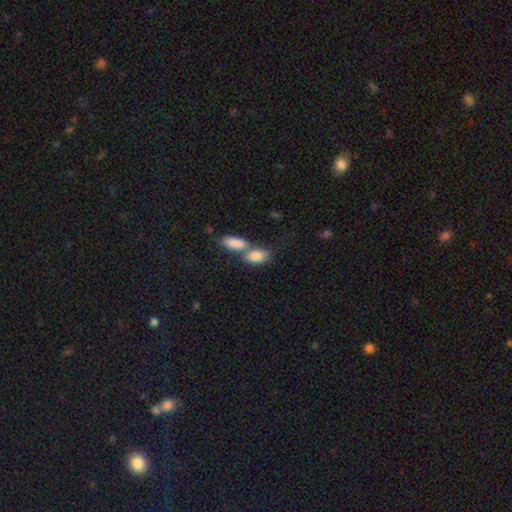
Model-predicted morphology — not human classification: A smooth galaxy with no disk features (85%) that is in between round and cigar-shaped (89%). Merging: merger (60%).